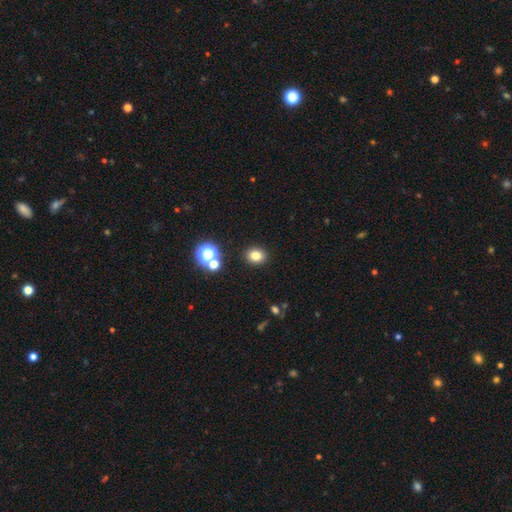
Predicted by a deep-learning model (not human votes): Smooth or featured?
  - smooth: 80% *
  - star or artifact: 14%
  - featured or disk: 6%
How rounded?
  - round: 56% *
  - in between: 43%
  - cigar-shaped: 1%
Merging?
  - none: 88% *
  - minor disturbance: 7%
  - merger: 3%
  - major disturbance: 2%